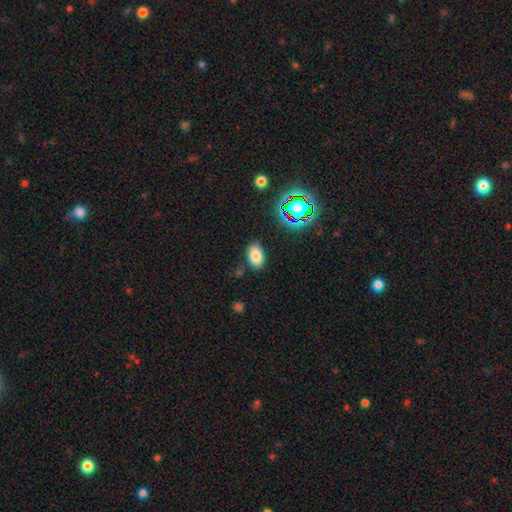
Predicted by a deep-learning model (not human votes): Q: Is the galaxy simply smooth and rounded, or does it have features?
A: smooth — 79%.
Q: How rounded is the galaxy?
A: in between — 90%.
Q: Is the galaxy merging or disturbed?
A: none — 83%.